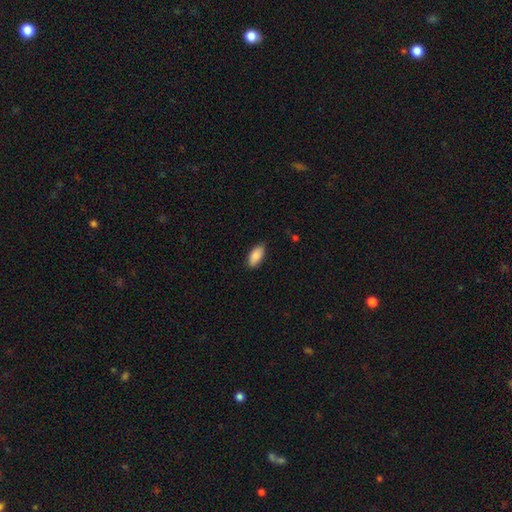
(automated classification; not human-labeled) Smooth or featured? smooth (89%)
How rounded? in between (93%)
Merging? none (82%)